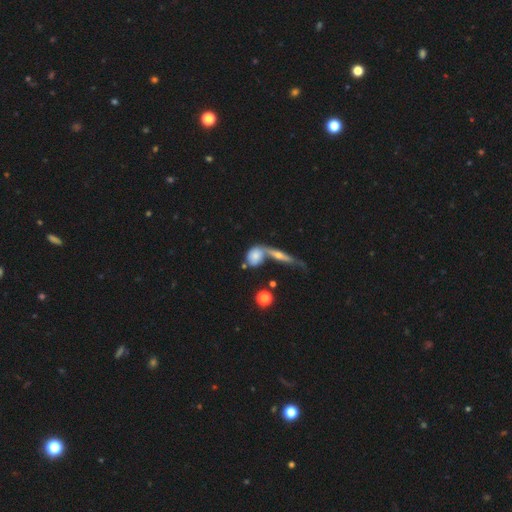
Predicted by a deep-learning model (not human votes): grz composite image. It shows a smooth galaxy with no disk features (66%) that is round (57%). Merging: merger (46%).